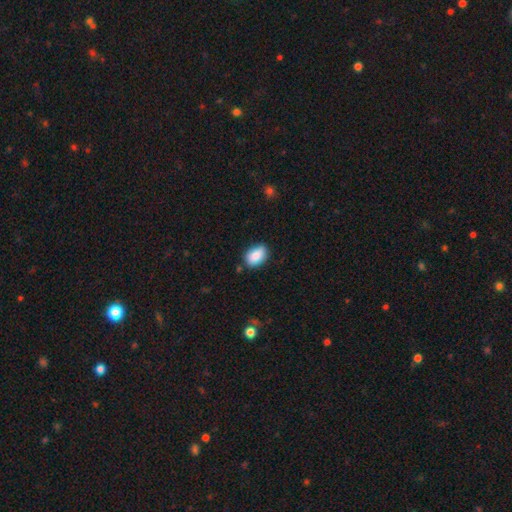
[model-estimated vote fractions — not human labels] Morphology: type=smooth (87%); roundness=in between (85%); merging=none (75%).